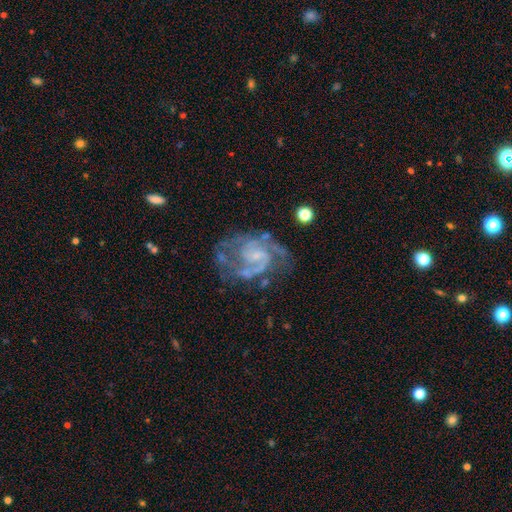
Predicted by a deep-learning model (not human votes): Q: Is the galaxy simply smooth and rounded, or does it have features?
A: featured or disk — 86%.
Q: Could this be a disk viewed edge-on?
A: no — 98%.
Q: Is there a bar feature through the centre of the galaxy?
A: no — 51%.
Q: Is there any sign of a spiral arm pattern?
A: yes — 93%.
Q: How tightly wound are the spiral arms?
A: medium — 50%.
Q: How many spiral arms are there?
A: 2 — 61%.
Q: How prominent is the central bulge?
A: small — 49%.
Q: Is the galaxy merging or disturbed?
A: none — 56%.